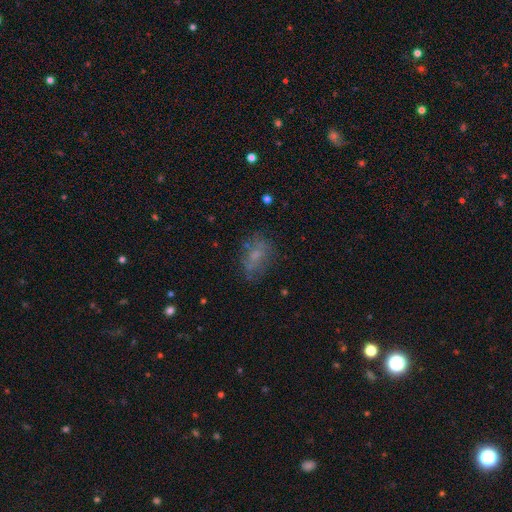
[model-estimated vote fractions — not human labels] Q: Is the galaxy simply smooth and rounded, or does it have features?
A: smooth — 55%.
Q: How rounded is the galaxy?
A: in between — 83%.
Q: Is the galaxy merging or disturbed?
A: none — 62%.